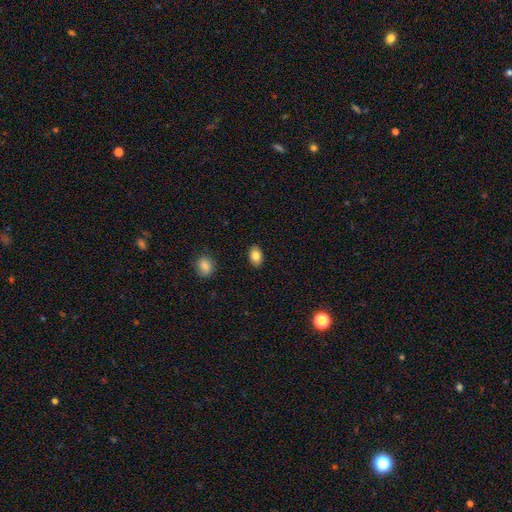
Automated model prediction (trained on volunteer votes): Smooth or featured? Predicted: smooth (p=0.84). How rounded? Predicted: in between (p=0.85). Merging? Predicted: none (p=0.89).